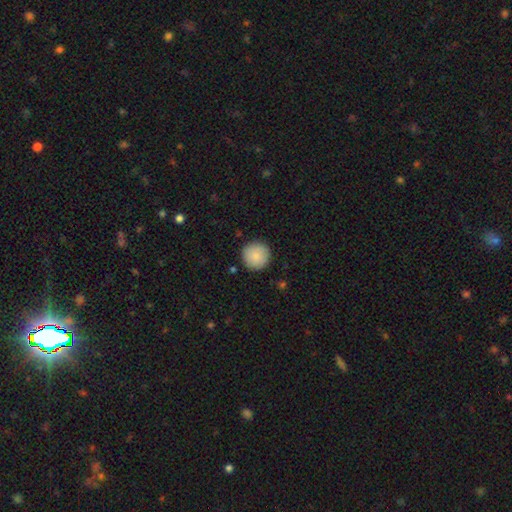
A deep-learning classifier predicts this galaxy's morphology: smooth 86%, featured or disk 7%, star or artifact 7%. Down the decision tree: how rounded — round (96%); merging — none (90%).